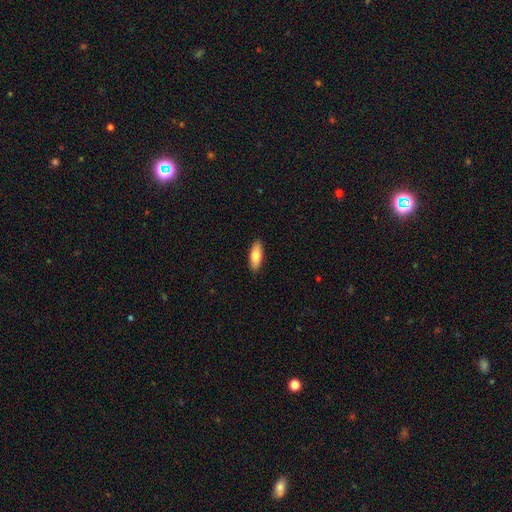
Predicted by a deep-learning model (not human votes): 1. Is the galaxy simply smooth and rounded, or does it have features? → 79% smooth, 16% featured or disk, 6% star or artifact.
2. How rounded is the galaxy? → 71% in between, 27% cigar-shaped, 2% round.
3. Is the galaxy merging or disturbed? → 90% none, 8% minor disturbance, 2% major disturbance, 1% merger.